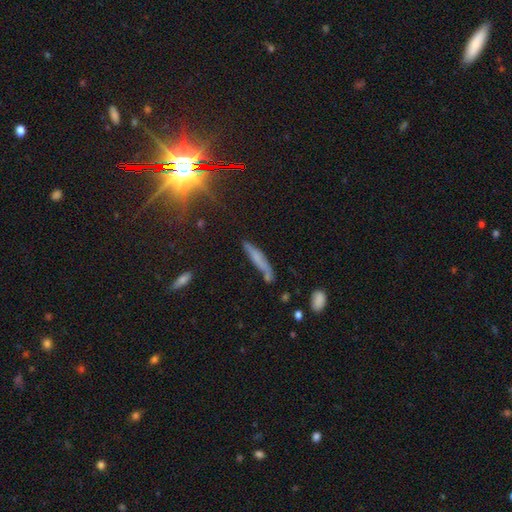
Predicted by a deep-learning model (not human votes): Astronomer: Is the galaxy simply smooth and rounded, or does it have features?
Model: smooth — 52% (runner-up: featured or disk, 31%).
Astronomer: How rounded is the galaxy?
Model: cigar-shaped — 89%.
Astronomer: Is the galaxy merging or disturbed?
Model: none — 66%.